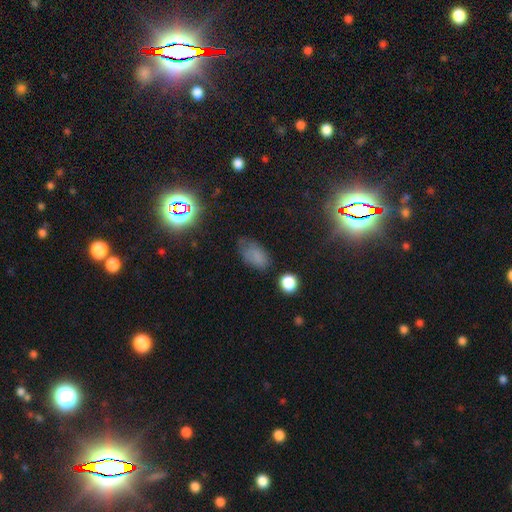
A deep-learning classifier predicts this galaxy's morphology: A smooth galaxy with no disk features (71%) that is in between round and cigar-shaped (90%).

Vote fractions:
- Smooth or featured? smooth: 71% / star or artifact: 19% / featured or disk: 10%
- How rounded? in between: 90% / round: 7% / cigar-shaped: 2%
- Merging? none: 57% / minor disturbance: 29% / major disturbance: 11% / merger: 3%